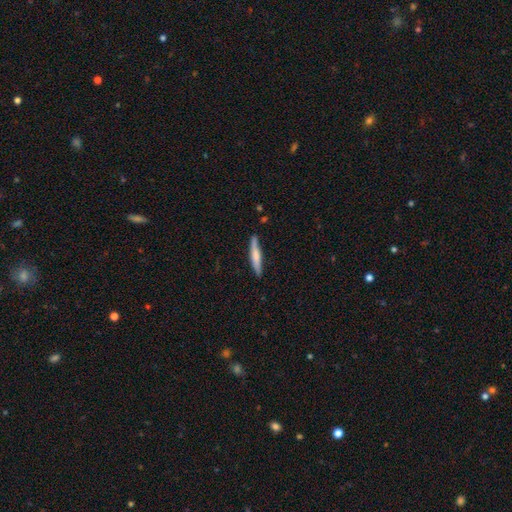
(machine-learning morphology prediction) Smooth or featured?
  - smooth: 63% *
  - featured or disk: 32%
  - star or artifact: 5%
How rounded?
  - cigar-shaped: 91% *
  - in between: 7%
  - round: 1%
Merging?
  - none: 84% *
  - minor disturbance: 13%
  - major disturbance: 2%
  - merger: 2%